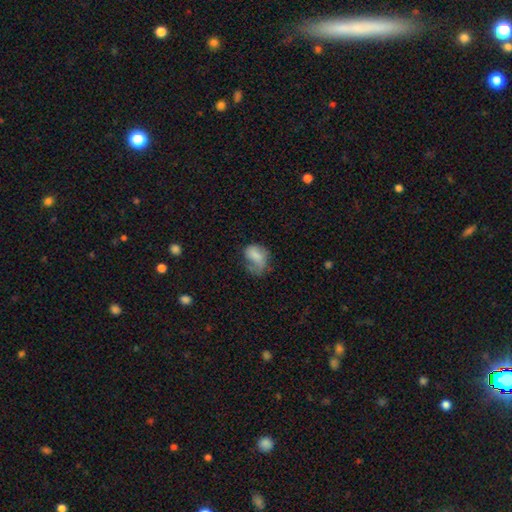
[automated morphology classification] Smooth or featured?
  - smooth: 68% *
  - featured or disk: 23%
  - star or artifact: 9%
How rounded?
  - in between: 75% *
  - round: 23%
  - cigar-shaped: 1%
Merging?
  - major disturbance: 40% *
  - minor disturbance: 30%
  - none: 26%
  - merger: 4%